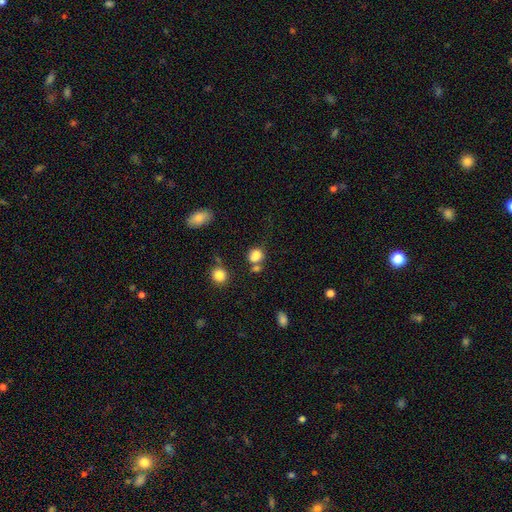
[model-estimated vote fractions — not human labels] Q: Smooth or featured?
A: smooth (79%); runner-up: star or artifact (14%)
Q: How rounded?
A: round (62%); runner-up: in between (36%)
Q: Merging?
A: none (48%); runner-up: merger (31%)